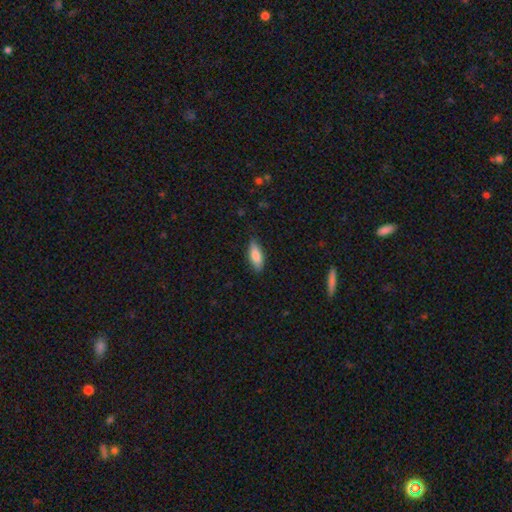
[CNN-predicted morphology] The model was most divided on "how rounded": in between: 70%, cigar-shaped: 28%, round: 2%. More confident: merging — none (83%); smooth or featured — smooth (81%).